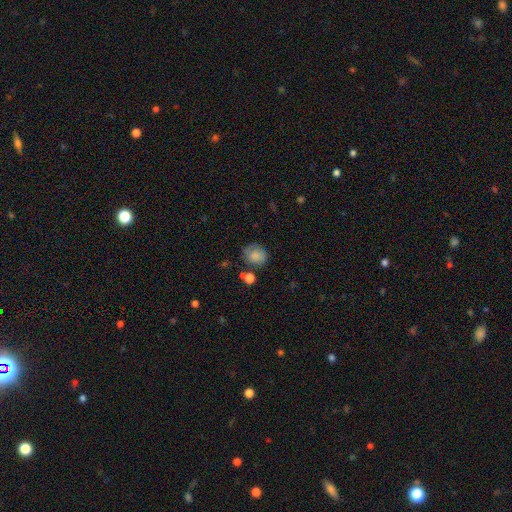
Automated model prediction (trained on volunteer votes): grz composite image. It shows a smooth galaxy with no disk features (81%) that is round (67%). Merging: none (67%).